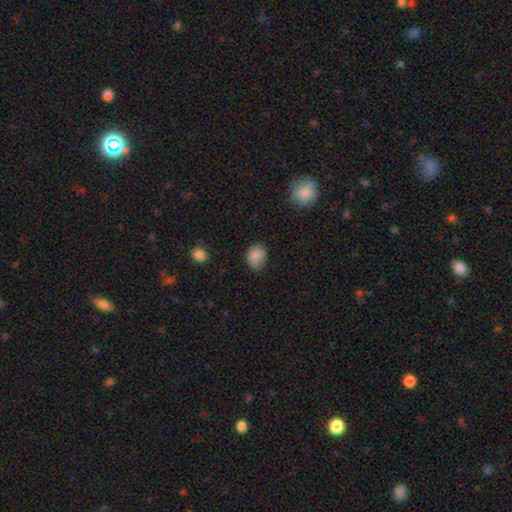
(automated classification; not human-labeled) A smooth galaxy with no disk features (81%) that is in between round and cigar-shaped (50%). Merging: none (60%).